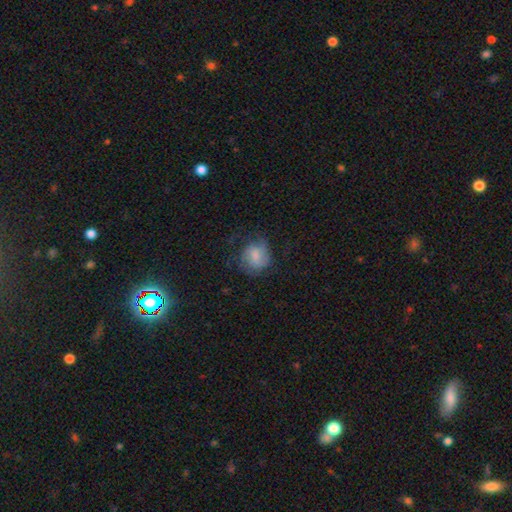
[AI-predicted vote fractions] Smooth or featured? Predicted: smooth (p=0.59). How rounded? Predicted: round (p=0.69). Merging? Predicted: none (p=0.54).